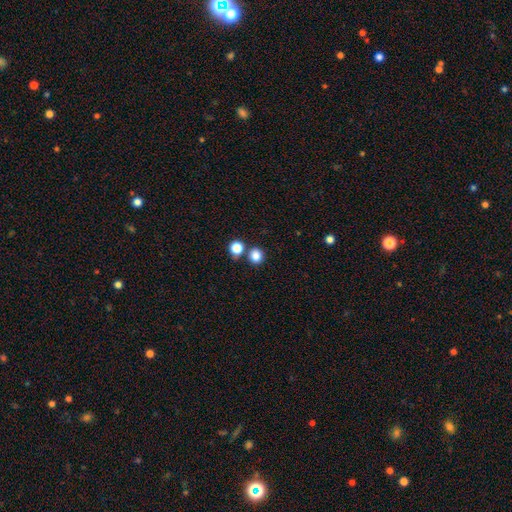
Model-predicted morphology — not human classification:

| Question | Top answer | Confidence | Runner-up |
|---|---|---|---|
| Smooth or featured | smooth | 84% | star or artifact (12%) |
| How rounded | round | 84% | in between (15%) |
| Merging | none | 73% | merger (17%) |